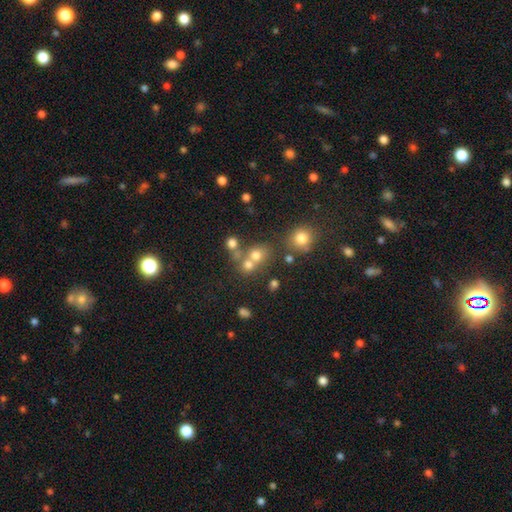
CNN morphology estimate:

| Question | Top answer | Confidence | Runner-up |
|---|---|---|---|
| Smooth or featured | smooth | 68% | star or artifact (19%) |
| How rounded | round | 78% | in between (21%) |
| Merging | none | 47% | merger (39%) |